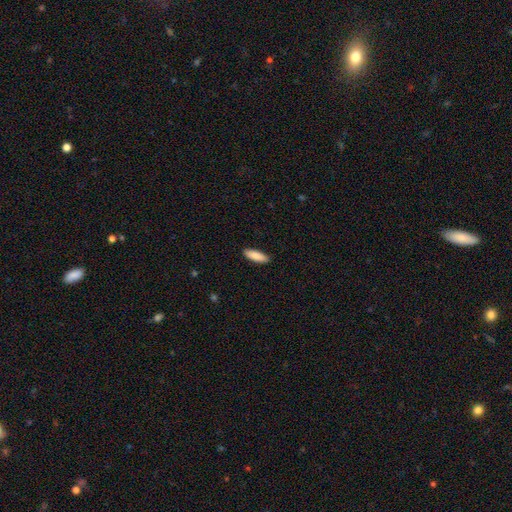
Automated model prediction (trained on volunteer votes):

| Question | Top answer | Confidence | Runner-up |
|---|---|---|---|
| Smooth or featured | smooth | 88% | featured or disk (7%) |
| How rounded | in between | 53% | cigar-shaped (45%) |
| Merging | none | 90% | minor disturbance (8%) |